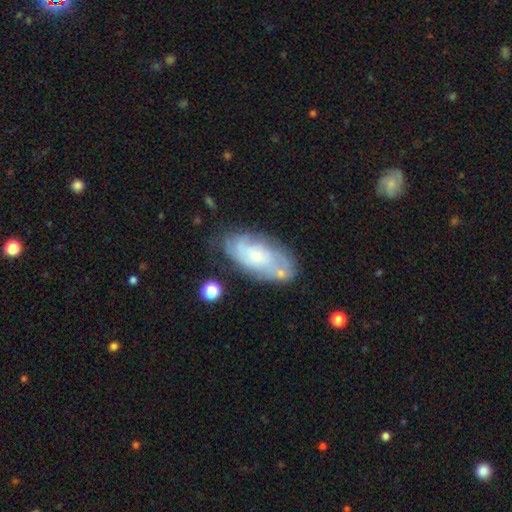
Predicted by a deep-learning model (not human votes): Smooth or featured? Predicted: featured or disk (p=0.68). Edge-on disk? Predicted: no (p=0.93). Bar? Predicted: no (p=0.76). Spiral arms? Predicted: yes (p=0.83). Spiral winding? Predicted: tight (p=0.59). Spiral arm count? Predicted: can't tell (p=0.51). Bulge size? Predicted: small (p=0.67). Merging? Predicted: none (p=0.65).